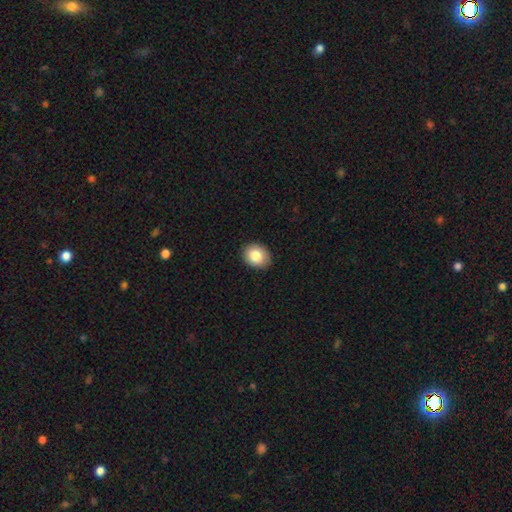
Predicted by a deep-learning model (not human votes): Smooth or featured?
  - smooth: 83% *
  - featured or disk: 9%
  - star or artifact: 8%
How rounded?
  - round: 54% *
  - in between: 46%
  - cigar-shaped: 1%
Merging?
  - none: 90% *
  - minor disturbance: 7%
  - major disturbance: 2%
  - merger: 1%